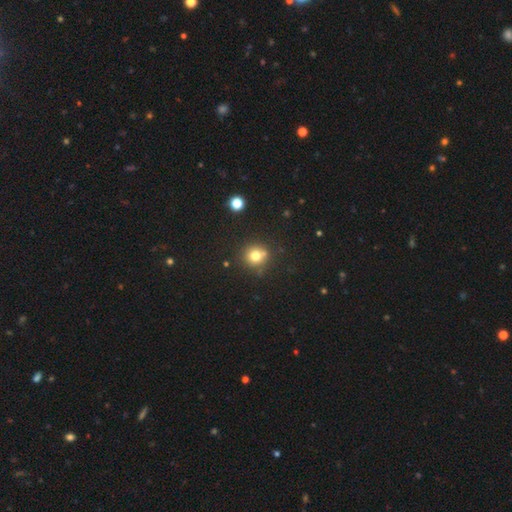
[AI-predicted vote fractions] Smooth or featured: smooth — 75% (star or artifact — 15%)
How rounded: round — 89% (in between — 10%)
Merging: none — 76% (minor disturbance — 12%)